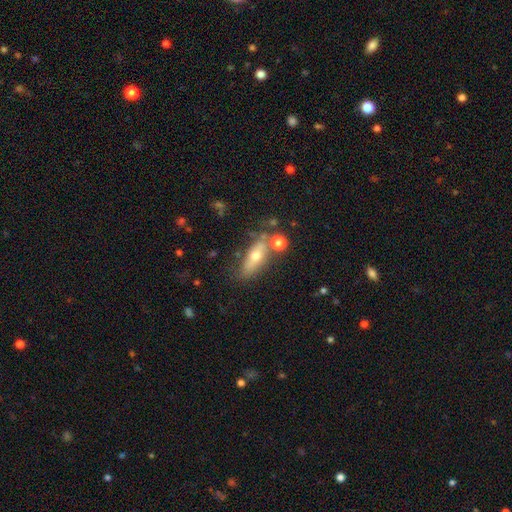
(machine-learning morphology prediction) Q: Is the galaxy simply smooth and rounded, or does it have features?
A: smooth — 54%.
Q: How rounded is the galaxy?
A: in between — 59%.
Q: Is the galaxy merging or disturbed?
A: none — 59%.